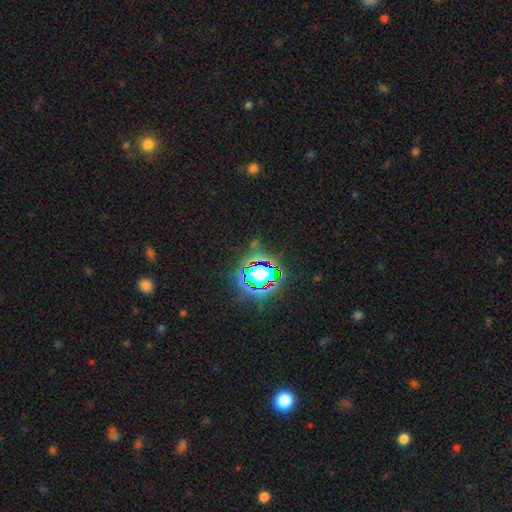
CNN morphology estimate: Q: Smooth or featured?
A: star or artifact (79%); runner-up: smooth (13%)